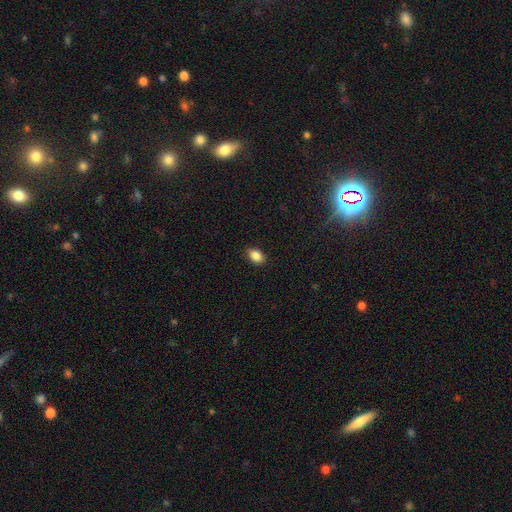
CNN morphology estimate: Smooth or featured?
  - smooth: 86% *
  - star or artifact: 9%
  - featured or disk: 5%
How rounded?
  - in between: 83% *
  - round: 15%
  - cigar-shaped: 1%
Merging?
  - none: 88% *
  - minor disturbance: 9%
  - major disturbance: 2%
  - merger: 1%